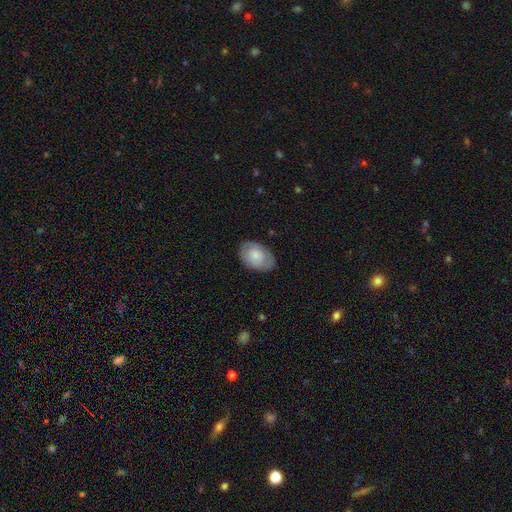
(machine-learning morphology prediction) This appears to be a smooth galaxy with no disk features (65%) that is in between round and cigar-shaped (86%). Merging: none (79%).